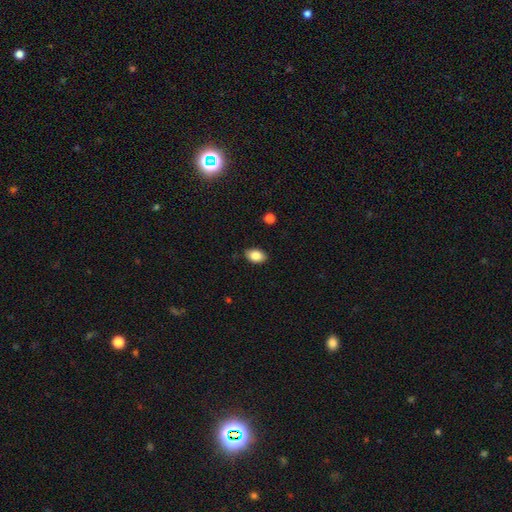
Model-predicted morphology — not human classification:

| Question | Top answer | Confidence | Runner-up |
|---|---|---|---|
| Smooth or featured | smooth | 86% | star or artifact (8%) |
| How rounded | in between | 87% | round (12%) |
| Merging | none | 86% | minor disturbance (11%) |